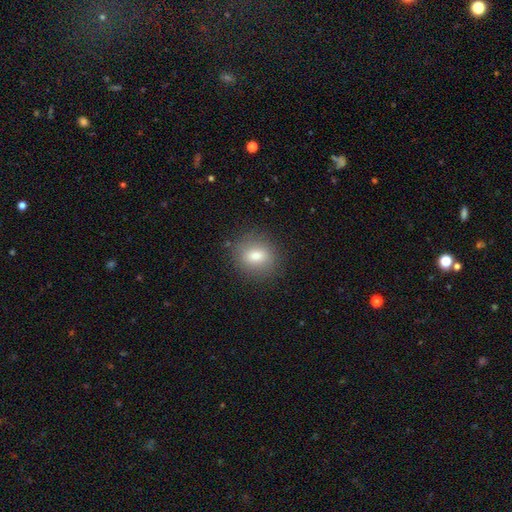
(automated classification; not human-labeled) Smooth or featured?
  - smooth: 78% *
  - featured or disk: 12%
  - star or artifact: 10%
How rounded?
  - round: 61% *
  - in between: 37%
  - cigar-shaped: 2%
Merging?
  - none: 86% *
  - minor disturbance: 9%
  - major disturbance: 3%
  - merger: 1%